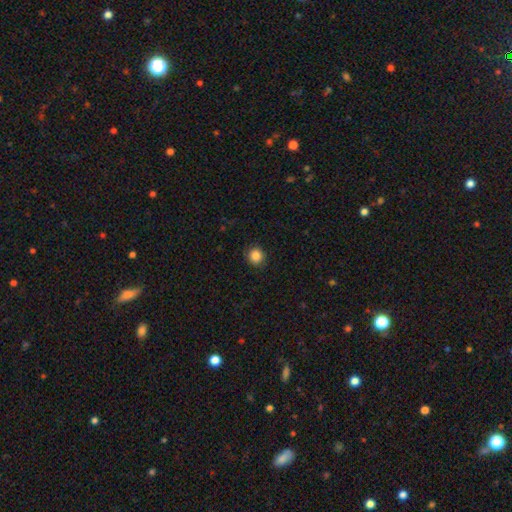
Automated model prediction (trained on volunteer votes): Overall: smooth (86%). How rounded: round (92%). Merging: none (89%).